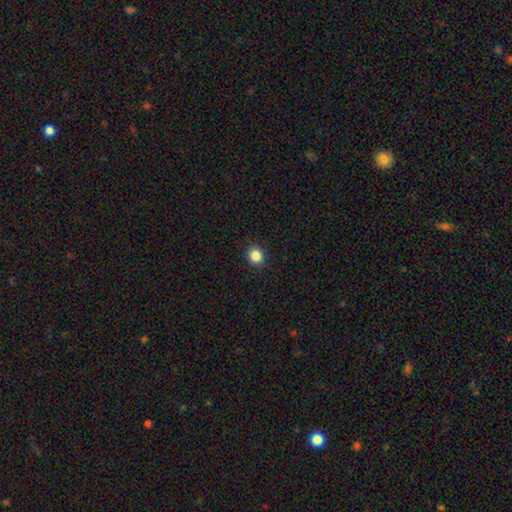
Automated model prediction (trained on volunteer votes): Smooth or featured? smooth (85%)
How rounded? round (82%)
Merging? none (92%)